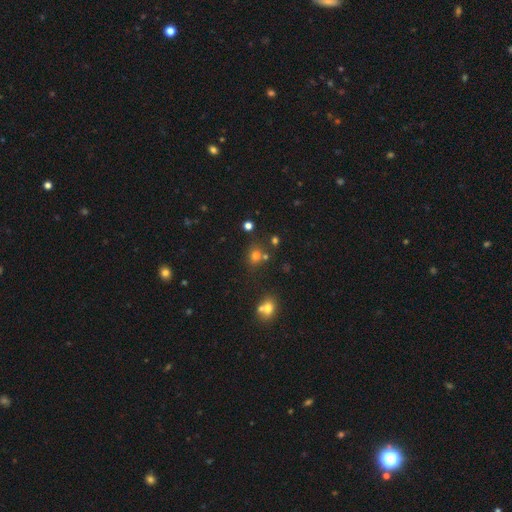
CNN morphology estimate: The model was most divided on "merging": none: 65%, merger: 19%, minor disturbance: 11%, major disturbance: 5%. More confident: how rounded — round (73%); smooth or featured — smooth (70%).